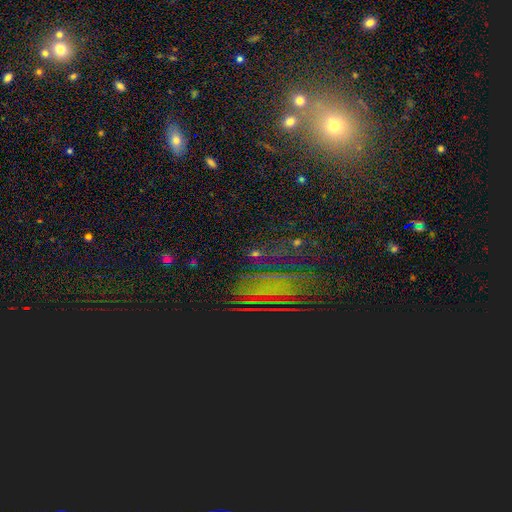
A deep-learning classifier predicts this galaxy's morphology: Smooth or featured? Predicted: star or artifact (p=0.69).